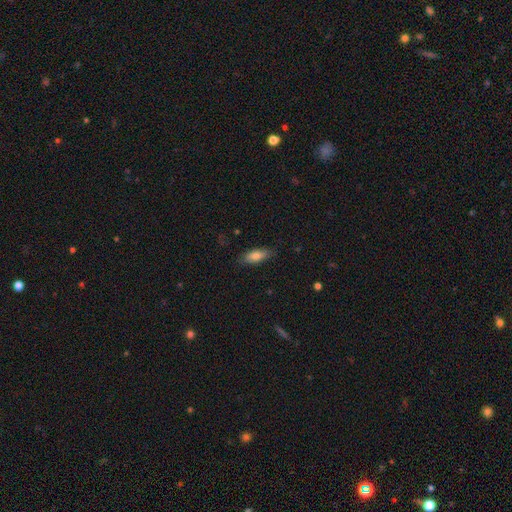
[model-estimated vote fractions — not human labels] The model was most divided on "how rounded": in between: 70%, cigar-shaped: 28%, round: 2%. More confident: merging — none (80%); smooth or featured — smooth (78%).